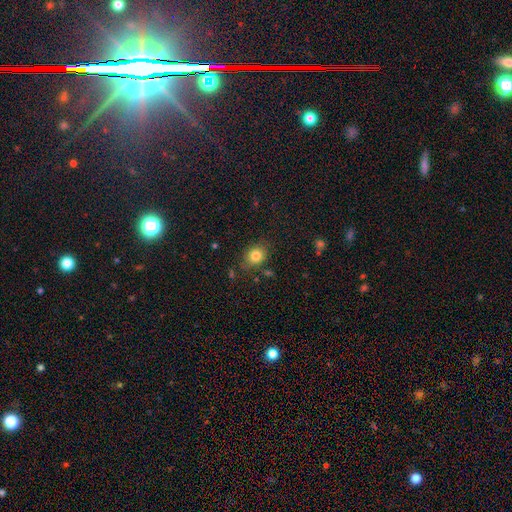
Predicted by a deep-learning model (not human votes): This is clearly a smooth galaxy (82%). How rounded: possibly round (55%). Merging: likely none (80%).